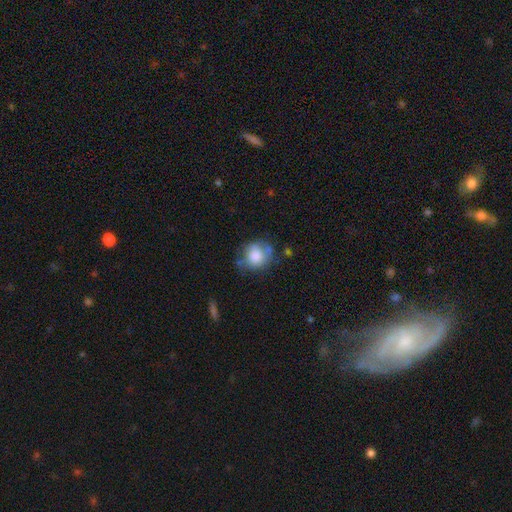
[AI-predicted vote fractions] This is likely a smooth galaxy (72%). How rounded: likely round (75%). Merging: possibly none (54%).